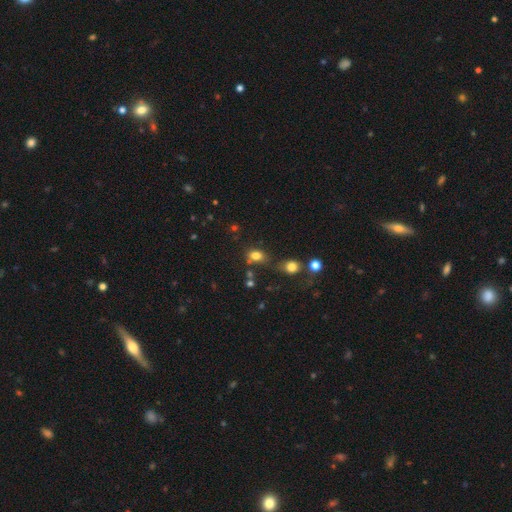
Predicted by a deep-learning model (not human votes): Morphology: type=smooth (78%); roundness=in between (65%); merging=none (59%).